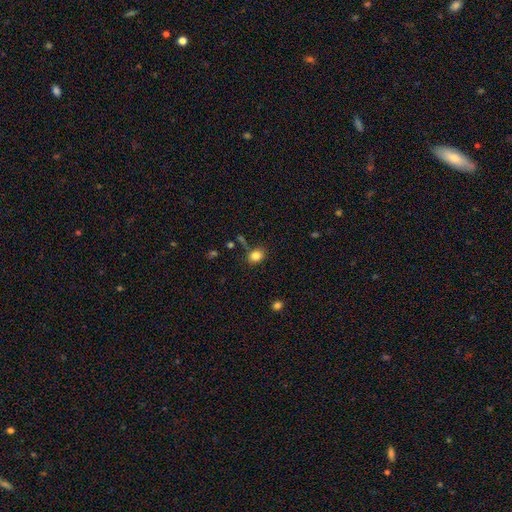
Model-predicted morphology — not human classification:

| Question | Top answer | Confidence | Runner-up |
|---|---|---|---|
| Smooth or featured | smooth | 82% | star or artifact (12%) |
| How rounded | round | 56% | in between (43%) |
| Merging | none | 75% | minor disturbance (15%) |